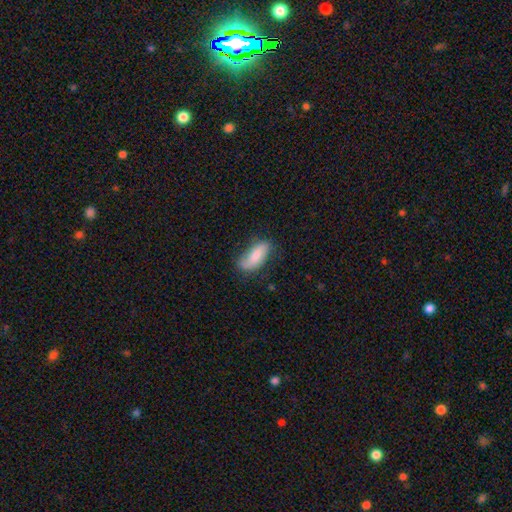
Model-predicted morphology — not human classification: Q: Smooth or featured?
A: smooth (69%); runner-up: featured or disk (25%)
Q: How rounded?
A: in between (80%); runner-up: cigar-shaped (17%)
Q: Merging?
A: none (65%); runner-up: minor disturbance (27%)